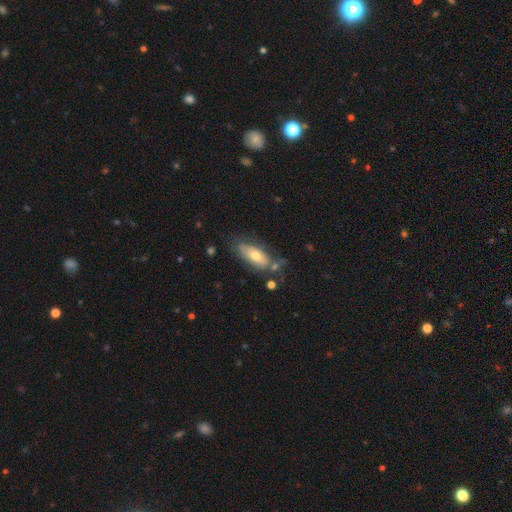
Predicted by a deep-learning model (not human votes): Smooth or featured?
  - smooth: 59% *
  - featured or disk: 34%
  - star or artifact: 7%
How rounded?
  - in between: 77% *
  - cigar-shaped: 20%
  - round: 2%
Merging?
  - none: 55% *
  - minor disturbance: 26%
  - major disturbance: 11%
  - merger: 9%